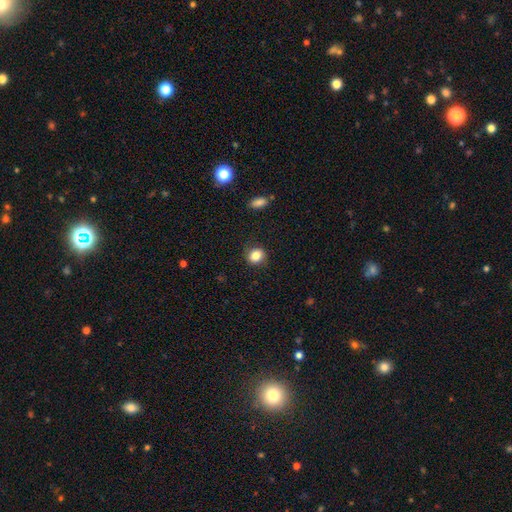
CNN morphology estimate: A smooth galaxy with no disk features (84%) that is round (71%). Merging: none (84%).